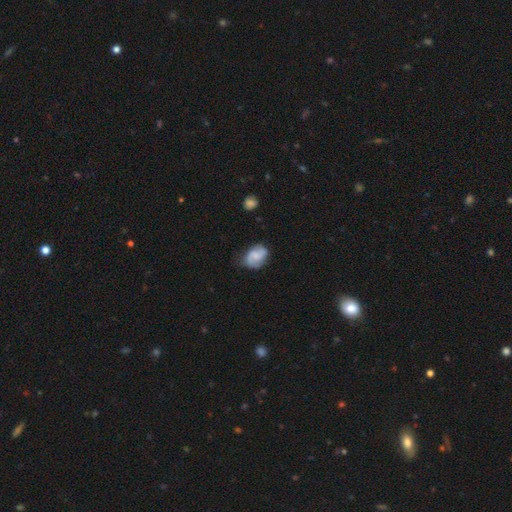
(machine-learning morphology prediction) This is possibly a featured or disk galaxy (50%). It is clearly not viewed edge-on (97%). Merging: likely none (62%).